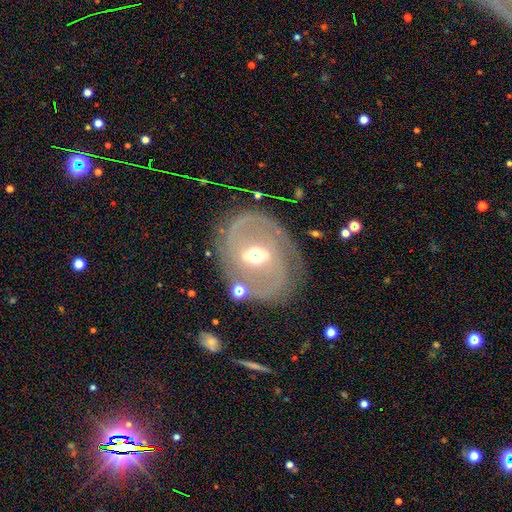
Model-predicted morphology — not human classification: Smooth or featured?
  - featured or disk: 80% *
  - smooth: 13%
  - star or artifact: 7%
Edge-on disk?
  - no: 95% *
  - yes: 5%
Bar?
  - weak: 44% *
  - strong: 35%
  - no: 20%
Spiral arms?
  - yes: 77% *
  - no: 23%
Spiral winding?
  - medium: 41% *
  - tight: 37%
  - loose: 22%
Spiral arm count?
  - 2: 75% *
  - can't tell: 13%
  - 1: 4%
  - 3: 4%
  - 4: 2%
  - more than 4: 2%
Bulge size?
  - moderate: 64% *
  - small: 18%
  - large: 14%
  - dominant: 2%
  - none: 1%
Merging?
  - none: 72% *
  - minor disturbance: 15%
  - major disturbance: 8%
  - merger: 4%